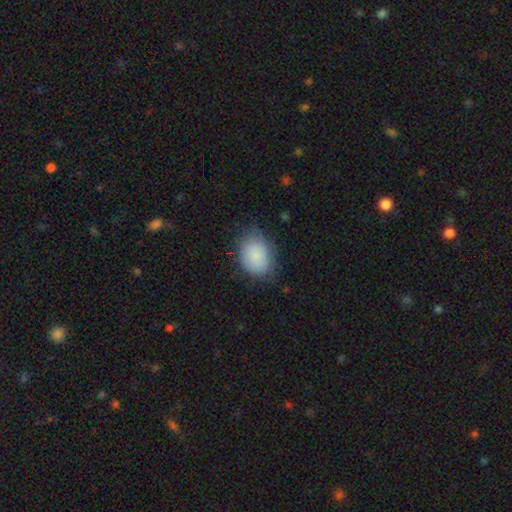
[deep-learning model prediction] Overall: smooth (86%). How rounded: in between (69%; round 30%). Merging: none (71%).